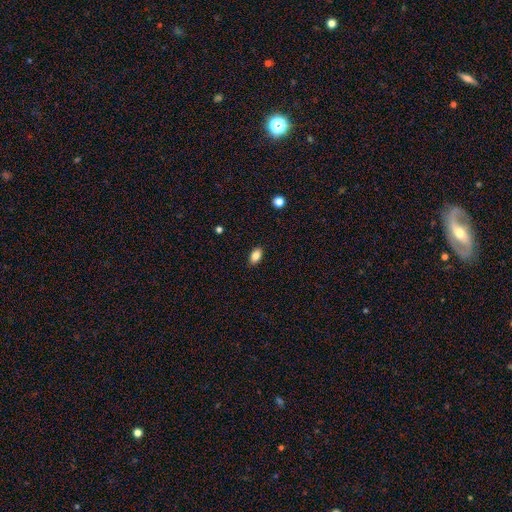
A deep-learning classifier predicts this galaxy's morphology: Smooth or featured? Predicted: smooth (p=0.85). How rounded? Predicted: in between (p=0.90). Merging? Predicted: none (p=0.89).